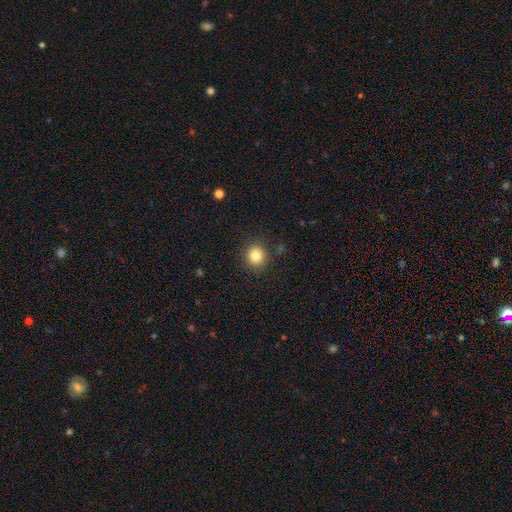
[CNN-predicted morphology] Overall: smooth (83%). How rounded: round (87%). Merging: none (89%).